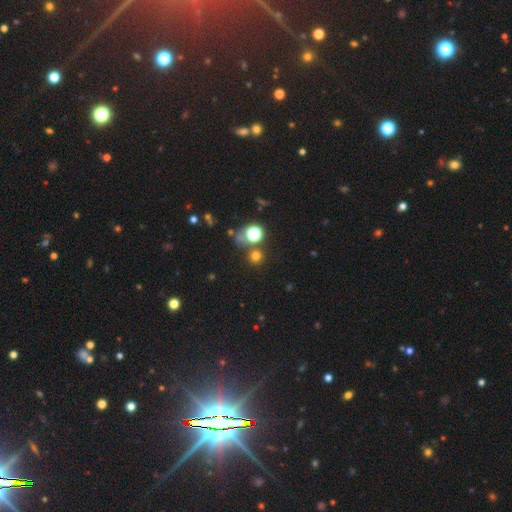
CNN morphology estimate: This is likely a smooth galaxy (68%). How rounded: clearly round (92%). Merging: likely none (78%).